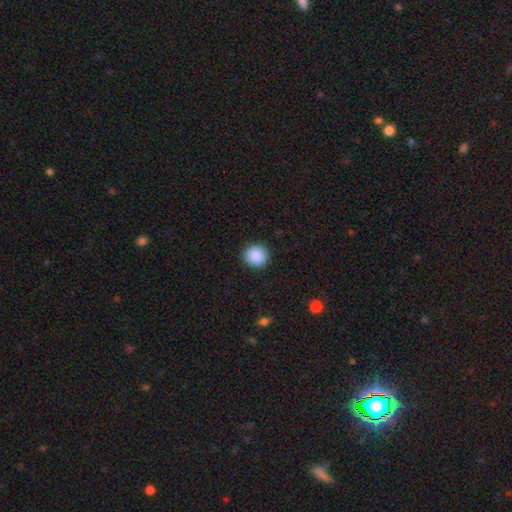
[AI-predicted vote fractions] Smooth or featured: smooth — 89% (star or artifact — 8%)
How rounded: round — 90% (in between — 9%)
Merging: none — 91% (minor disturbance — 6%)